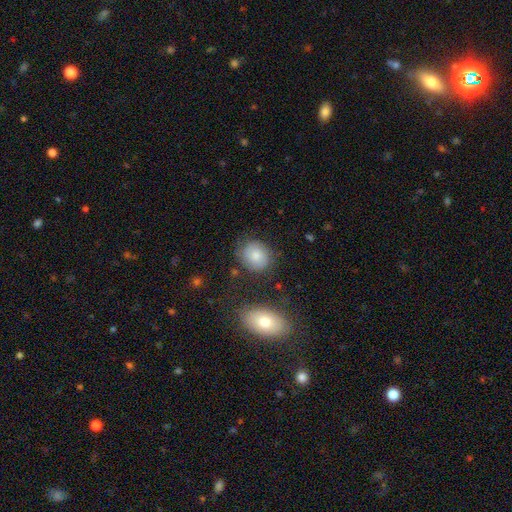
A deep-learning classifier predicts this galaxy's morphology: Q: Smooth or featured?
A: smooth (72%); runner-up: featured or disk (19%)
Q: How rounded?
A: round (70%); runner-up: in between (29%)
Q: Merging?
A: none (76%); runner-up: minor disturbance (15%)